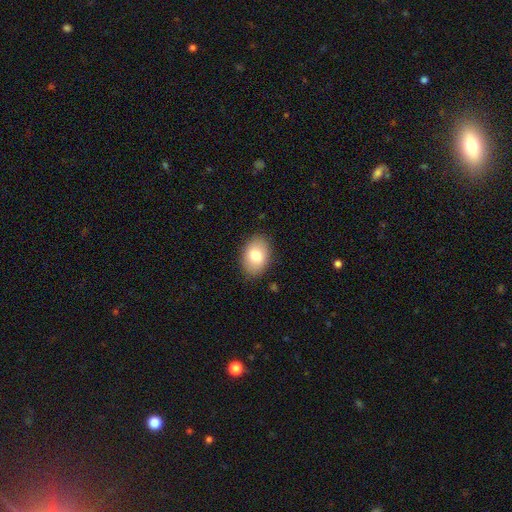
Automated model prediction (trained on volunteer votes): The model was most divided on "how rounded": in between: 83%, round: 16%, cigar-shaped: 1%. More confident: merging — none (86%); smooth or featured — smooth (81%).